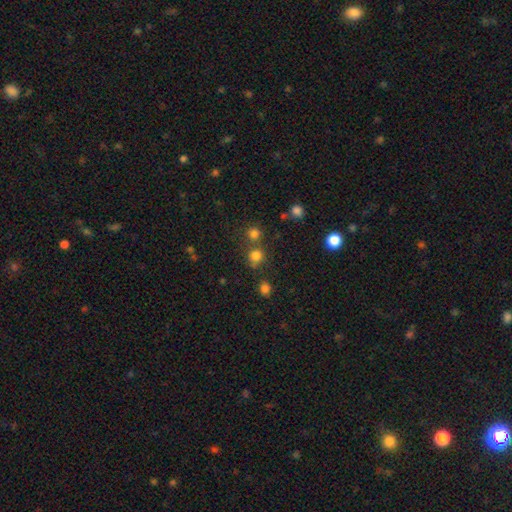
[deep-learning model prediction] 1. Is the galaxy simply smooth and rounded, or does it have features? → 76% smooth, 18% star or artifact, 6% featured or disk.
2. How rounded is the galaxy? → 86% round, 13% in between, 1% cigar-shaped.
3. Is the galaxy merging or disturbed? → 65% none, 21% merger, 10% minor disturbance, 5% major disturbance.